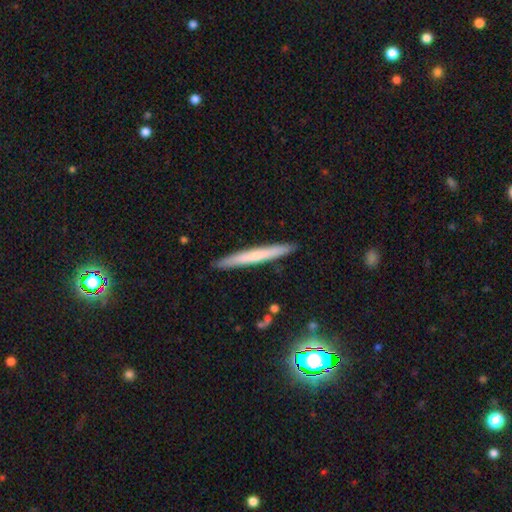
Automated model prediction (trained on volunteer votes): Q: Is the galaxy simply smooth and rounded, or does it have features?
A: smooth — 51%.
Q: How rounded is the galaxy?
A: cigar-shaped — 96%.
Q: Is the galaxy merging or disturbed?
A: none — 91%.